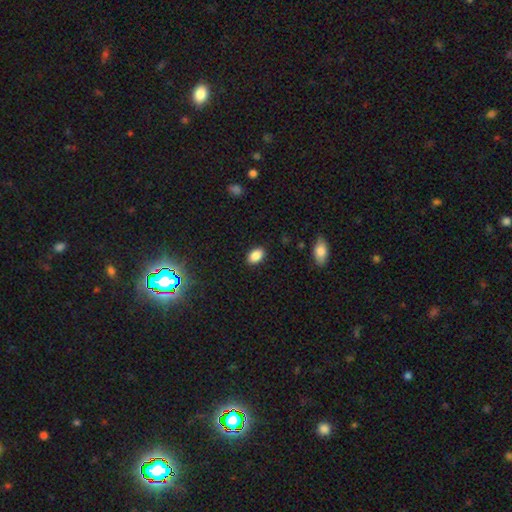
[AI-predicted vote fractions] A smooth galaxy with no disk features (87%) that is in between round and cigar-shaped (86%). Merging: none (88%).